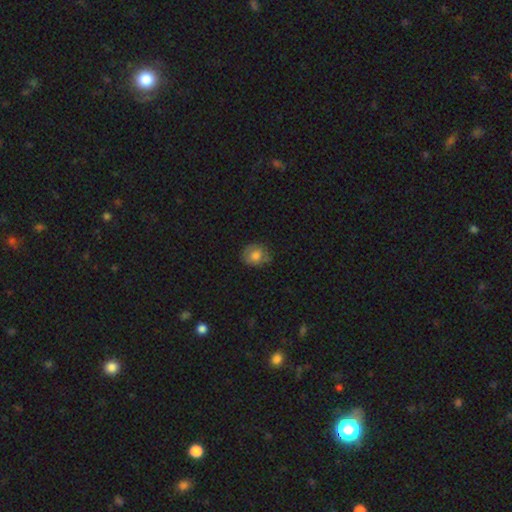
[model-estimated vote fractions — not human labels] Overall: smooth (73%). How rounded: round (65%; in between 34%). Merging: none (65%; minor disturbance 27%).